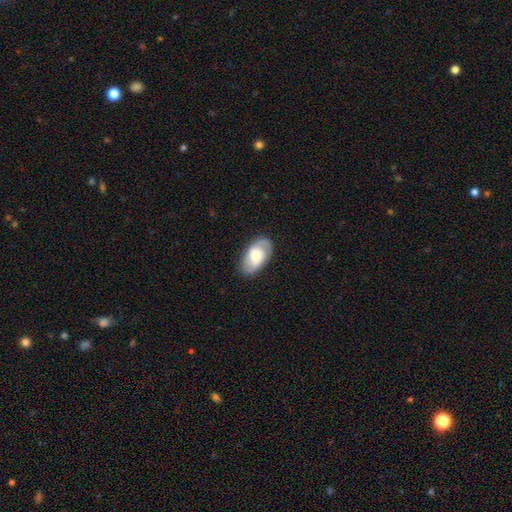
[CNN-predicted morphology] Smooth or featured? Predicted: featured or disk (p=0.51). Edge-on disk? Predicted: no (p=0.94). Merging? Predicted: none (p=0.79).